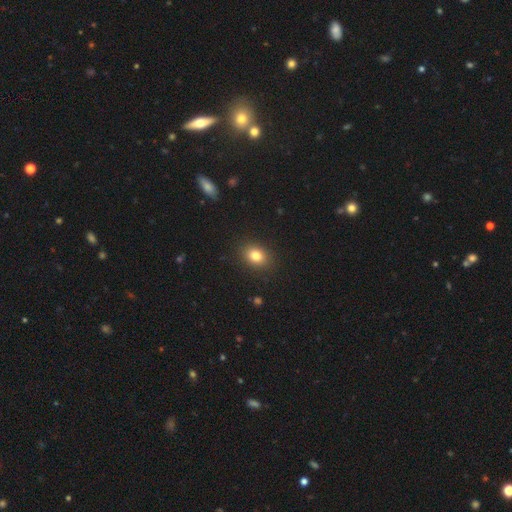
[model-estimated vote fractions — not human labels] smooth-or-featured: smooth: 82% | star or artifact: 10% | featured or disk: 7%
  how-rounded: in between: 65% | round: 34% | cigar-shaped: 1%
  merging: none: 89% | minor disturbance: 8% | major disturbance: 2% | merger: 1%